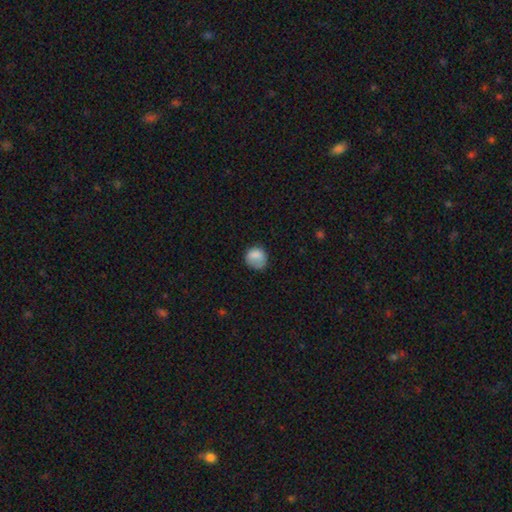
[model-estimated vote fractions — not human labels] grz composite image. It shows a smooth galaxy with no disk features (81%) that is round (79%). Merging: none (59%).